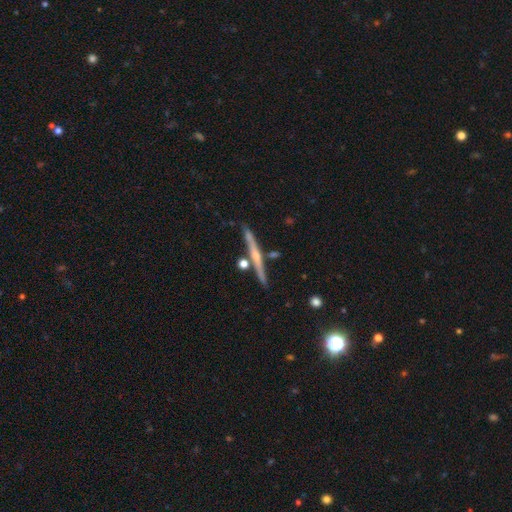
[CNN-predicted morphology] This appears to be a featured or disk galaxy (72%) viewed edge-on (98%) with a rounded central bulge (62%). Merging: none (84%).